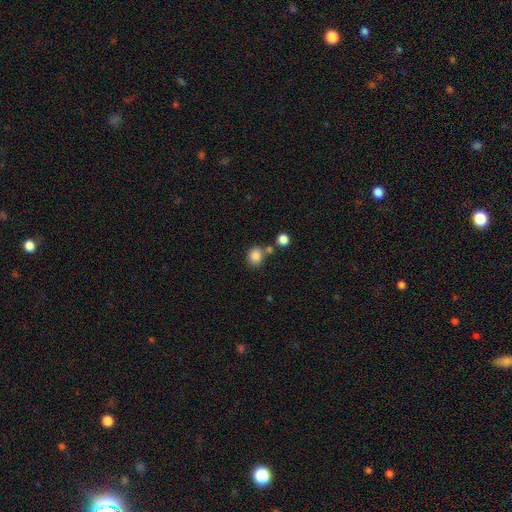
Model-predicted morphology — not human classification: smooth_or_featured: smooth (p=0.85) [alt: star or artifact p=0.10]
how_rounded: round (p=0.71) [alt: in between p=0.28]
merging: none (p=0.65) [alt: merger p=0.18]